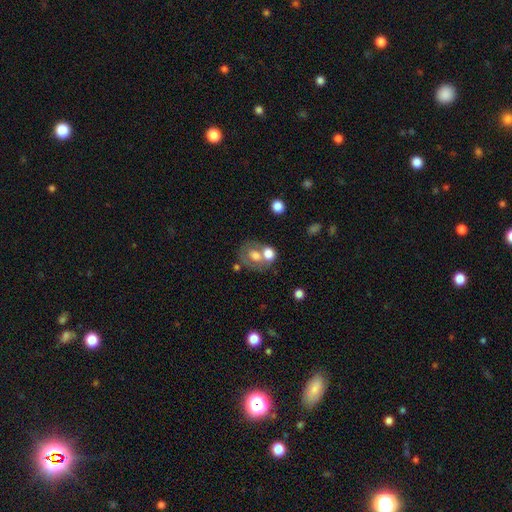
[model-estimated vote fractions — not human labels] smooth 57%, featured or disk 33%, star or artifact 10%. Down the decision tree: how rounded — round (52%); merging — merger (43%).